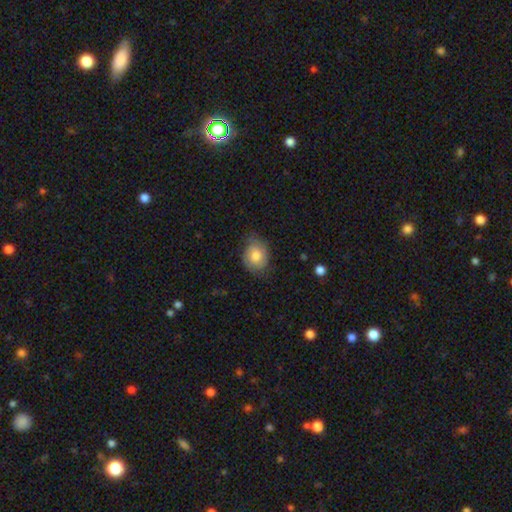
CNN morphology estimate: This appears to be a smooth galaxy with no disk features (71%) that is round (51%). Merging: none (66%).